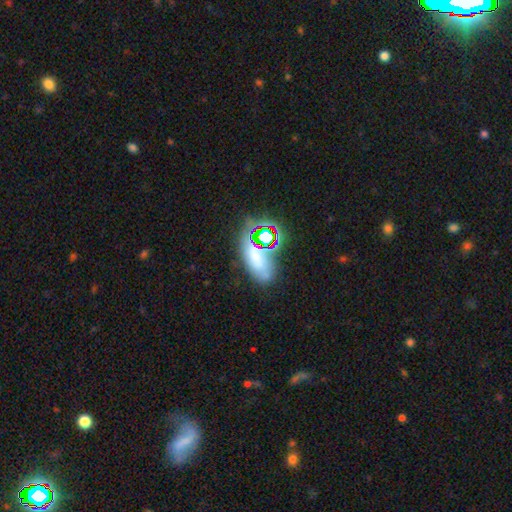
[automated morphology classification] smooth_or_featured: smooth (p=0.46) [alt: star or artifact p=0.35]
merging: none (p=0.54) [alt: minor disturbance p=0.20]